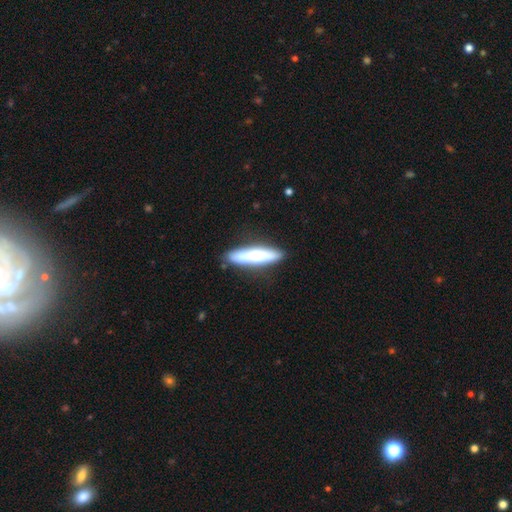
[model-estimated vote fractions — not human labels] Smooth or featured? smooth (63%)
How rounded? cigar-shaped (78%)
Merging? none (84%)